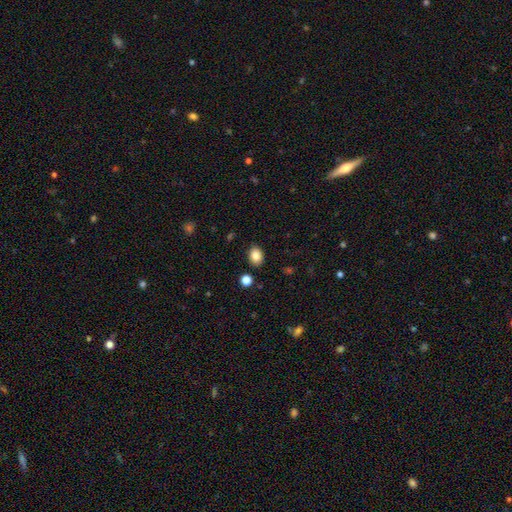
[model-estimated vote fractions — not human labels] smooth 85%, star or artifact 9%, featured or disk 6%. Down the decision tree: how rounded — in between (61%); merging — none (88%).